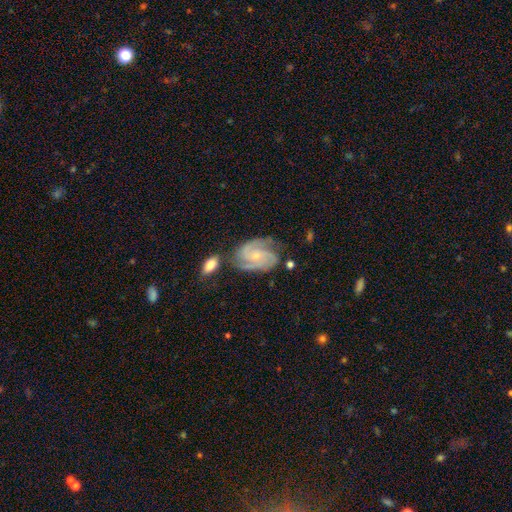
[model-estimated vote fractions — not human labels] Overall: featured or disk (86%). Edge-on disk: no (97%). Bar: no (60%; weak 33%). Spiral arms: yes (97%). Spiral arm count: 2 (51%; 3 27%). Spiral winding: medium (46%; tight 42%). Bulge size: small (70%). Merging: none (64%).